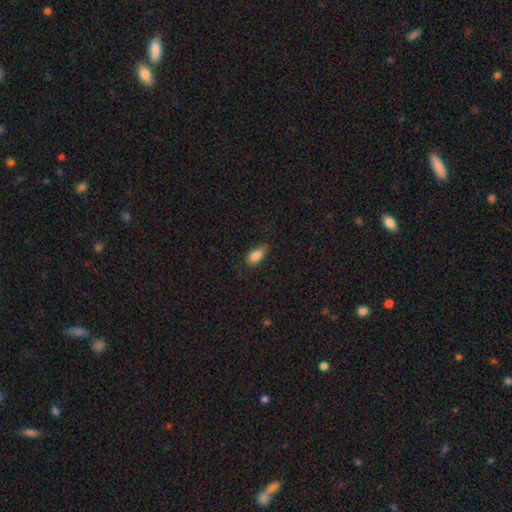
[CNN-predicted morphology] Smooth or featured? Predicted: smooth (p=0.86). How rounded? Predicted: in between (p=0.89). Merging? Predicted: none (p=0.79).